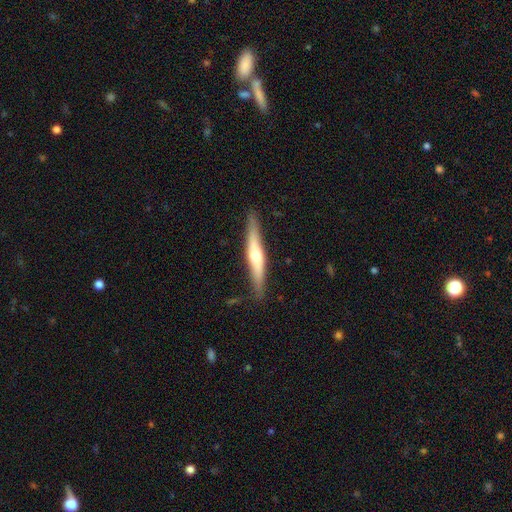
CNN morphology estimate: A featured or disk galaxy (60%) viewed edge-on (94%) with a rounded central bulge (85%). Merging: none (86%).